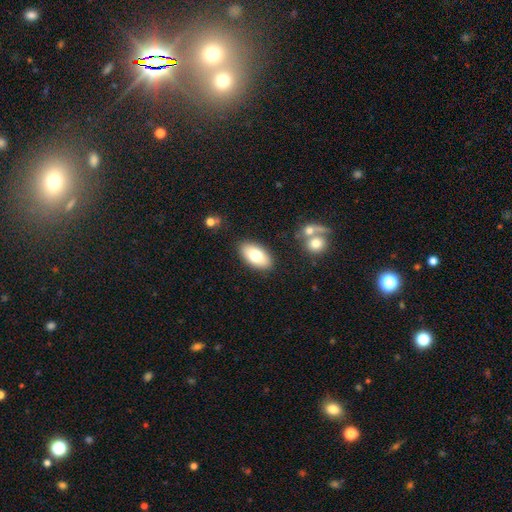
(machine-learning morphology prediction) smooth-or-featured: smooth: 74% | featured or disk: 19% | star or artifact: 7%
  how-rounded: in between: 93% | round: 4% | cigar-shaped: 3%
  merging: none: 86% | minor disturbance: 9% | merger: 3% | major disturbance: 2%